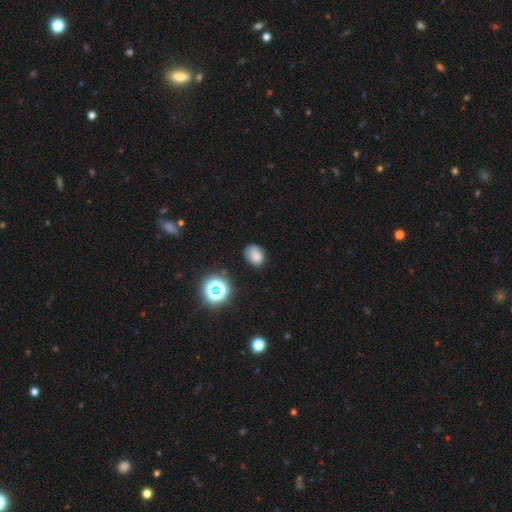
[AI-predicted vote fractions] Smooth or featured: smooth — 77% (star or artifact — 16%)
How rounded: in between — 68% (round — 31%)
Merging: none — 70% (minor disturbance — 22%)